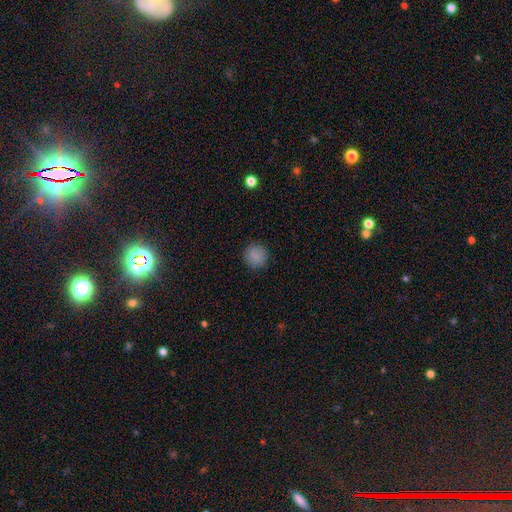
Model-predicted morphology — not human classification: Smooth or featured? Predicted: smooth (p=0.86). How rounded? Predicted: round (p=0.93). Merging? Predicted: none (p=0.90).